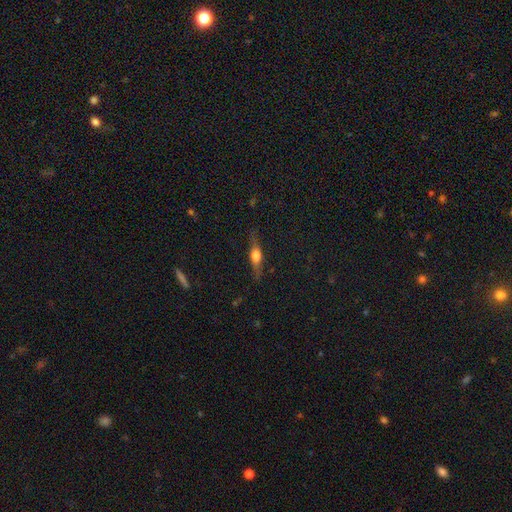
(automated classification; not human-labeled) Smooth or featured? Predicted: featured or disk (p=0.50). Merging? Predicted: none (p=0.80).